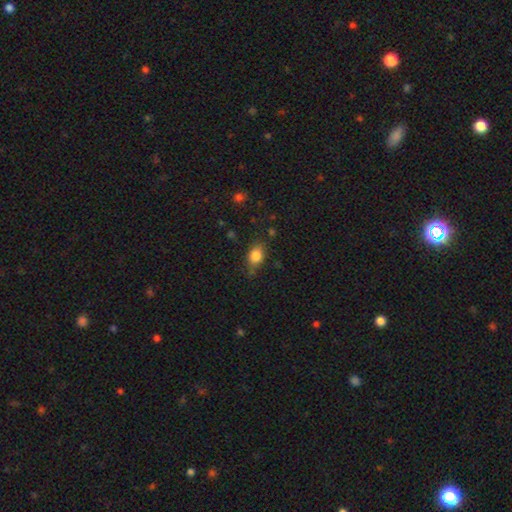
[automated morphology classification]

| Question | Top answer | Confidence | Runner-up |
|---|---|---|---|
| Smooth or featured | smooth | 84% | star or artifact (9%) |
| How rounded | in between | 66% | round (32%) |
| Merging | none | 69% | minor disturbance (23%) |